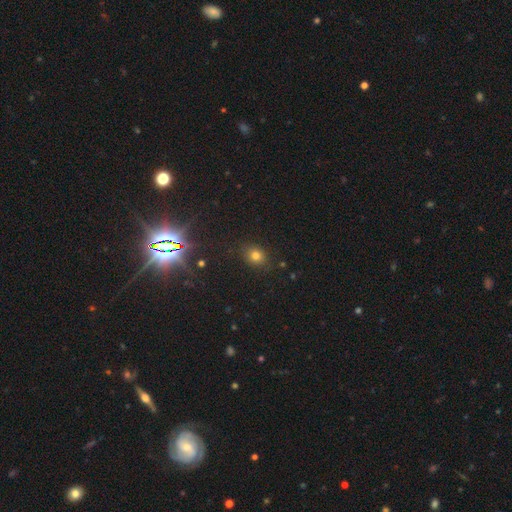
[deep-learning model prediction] smooth_or_featured: smooth (p=0.73) [alt: star or artifact p=0.19]
how_rounded: round (p=0.61) [alt: in between p=0.37]
merging: none (p=0.85) [alt: minor disturbance p=0.10]